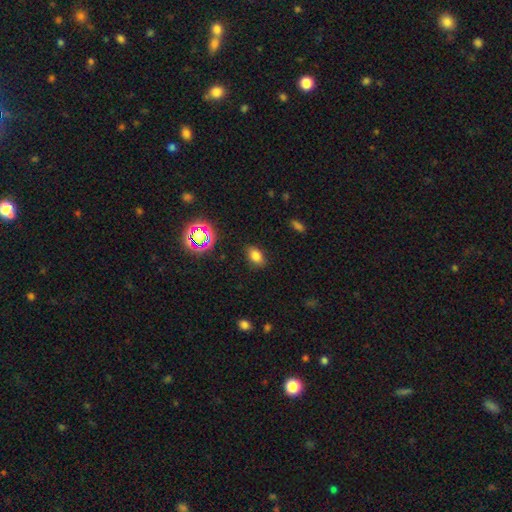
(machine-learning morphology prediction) A smooth galaxy with no disk features (77%) that is in between round and cigar-shaped (82%). Merging: none (84%).